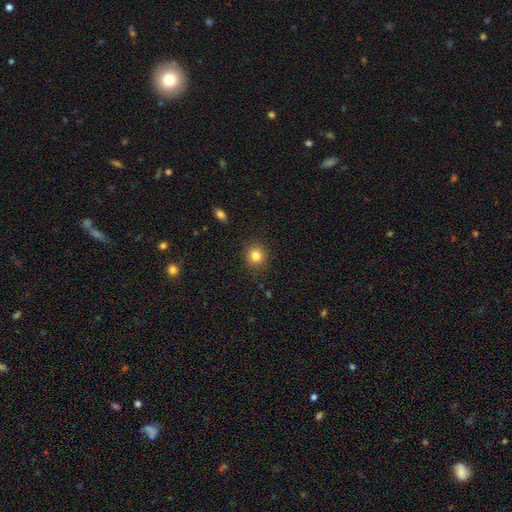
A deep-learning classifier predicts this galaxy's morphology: smooth_or_featured: smooth (p=0.82) [alt: star or artifact p=0.11]
how_rounded: round (p=0.88) [alt: in between p=0.11]
merging: none (p=0.89) [alt: minor disturbance p=0.07]